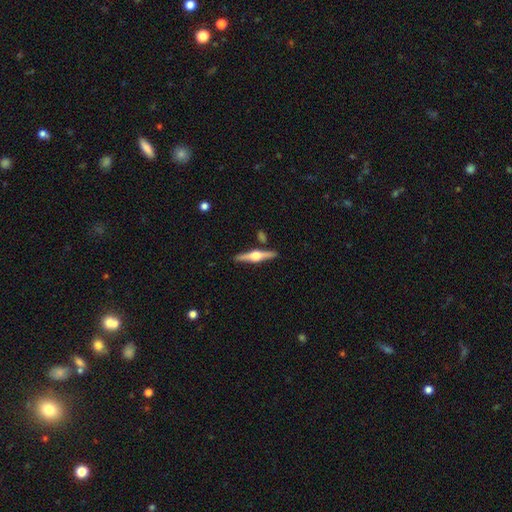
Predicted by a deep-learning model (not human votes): smooth_or_featured: featured or disk (p=0.77) [alt: smooth p=0.18]
disk_edge_on: yes (p=0.98) [alt: no p=0.02]
edge_on_bulge: rounded (p=0.95) [alt: boxy p=0.04]
merging: none (p=0.87) [alt: minor disturbance p=0.07]